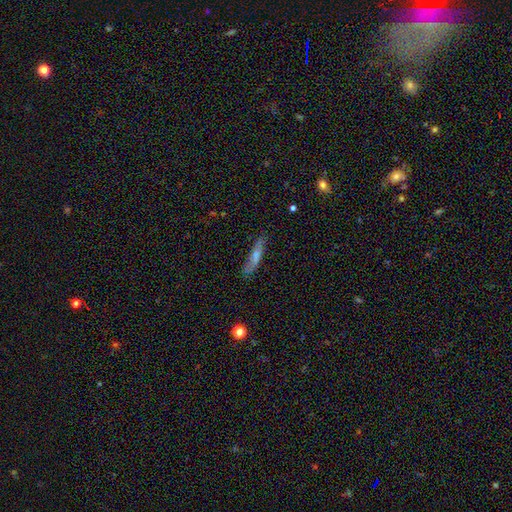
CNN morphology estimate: type=smooth (59%); roundness=cigar-shaped (86%); merging=none (75%).